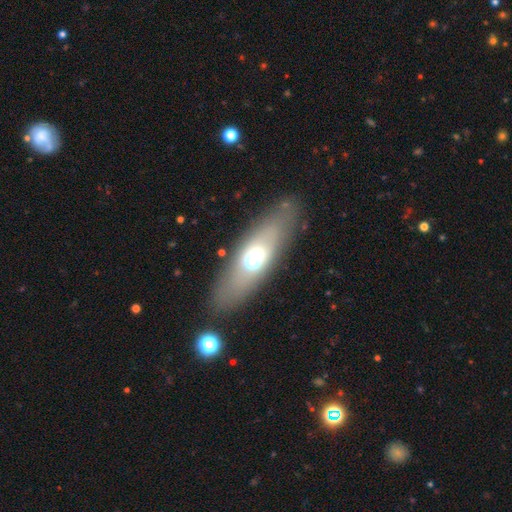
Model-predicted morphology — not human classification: A smooth galaxy with no disk features (52%) that is in between round and cigar-shaped (59%). Merging: none (80%).